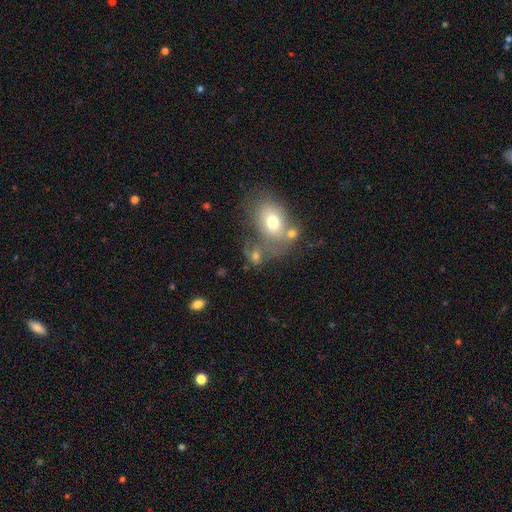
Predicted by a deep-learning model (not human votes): This is likely a smooth galaxy (63%). How rounded: possibly in between (58%). Merging: marginally merger (39%).